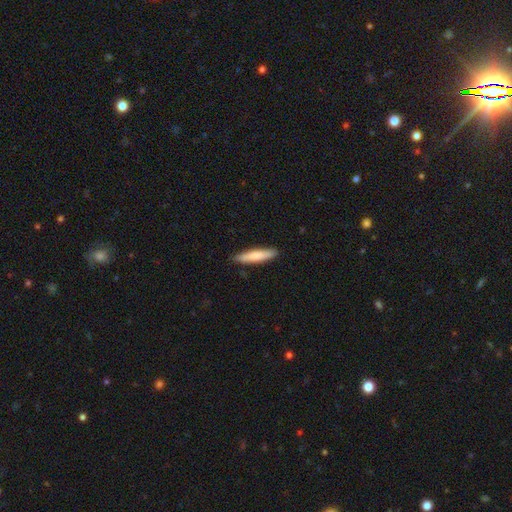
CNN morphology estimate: smooth 78%, featured or disk 17%, star or artifact 5%. Down the decision tree: how rounded — cigar-shaped (87%); merging — none (89%).